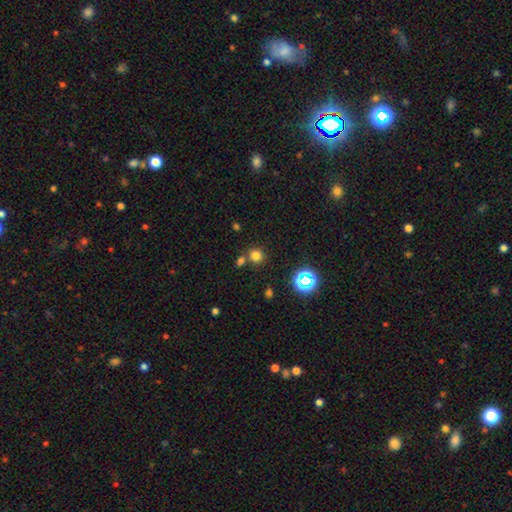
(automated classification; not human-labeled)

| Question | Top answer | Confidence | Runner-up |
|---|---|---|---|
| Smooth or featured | smooth | 73% | star or artifact (21%) |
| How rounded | round | 90% | in between (9%) |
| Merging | none | 69% | merger (20%) |